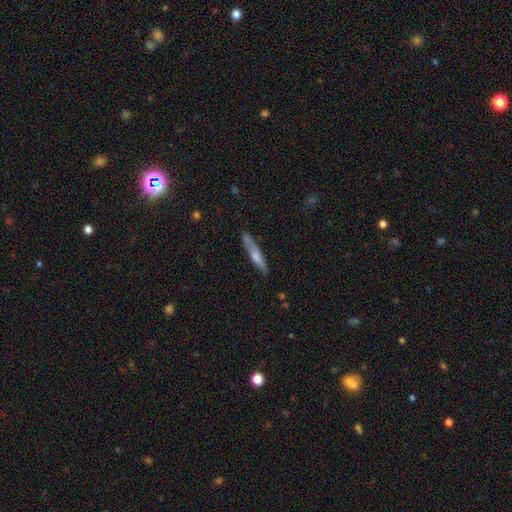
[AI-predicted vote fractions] Morphology: type=smooth (53%); roundness=cigar-shaped (92%); merging=none (82%).